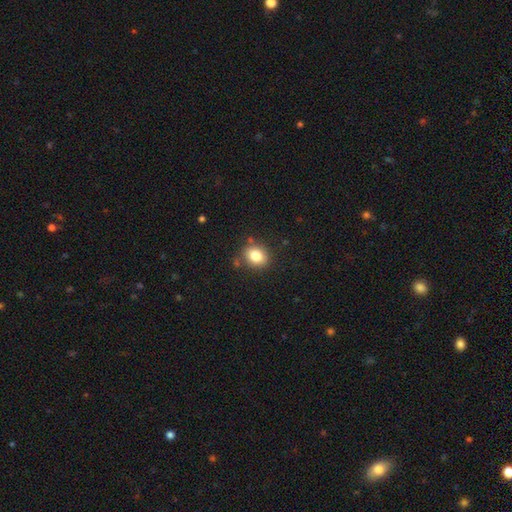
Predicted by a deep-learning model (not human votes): Smooth or featured? Predicted: smooth (p=0.82). How rounded? Predicted: round (p=0.54). Merging? Predicted: none (p=0.81).